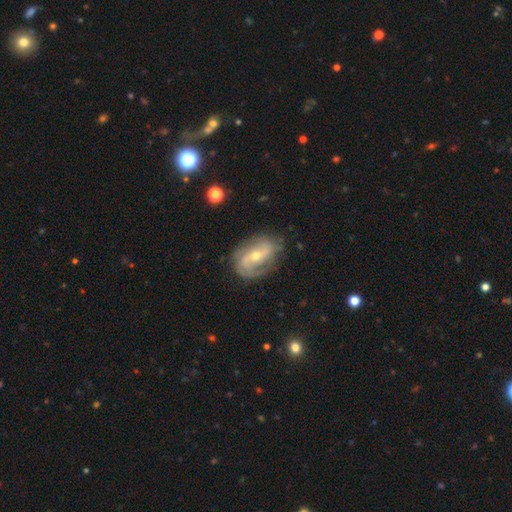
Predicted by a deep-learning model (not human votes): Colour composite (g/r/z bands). It shows a featured or disk galaxy (82%) with no bar (42%), 2 (74%) medium (43%) spiral arms (93%) and a small central bulge (50%). Merging: none (72%).